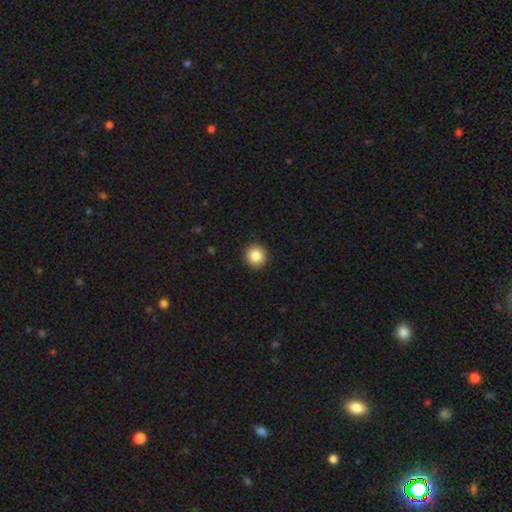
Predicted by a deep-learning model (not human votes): Smooth or featured?
  - smooth: 86% *
  - star or artifact: 9%
  - featured or disk: 5%
How rounded?
  - round: 94% *
  - in between: 5%
  - cigar-shaped: 1%
Merging?
  - none: 92% *
  - minor disturbance: 5%
  - major disturbance: 2%
  - merger: 1%